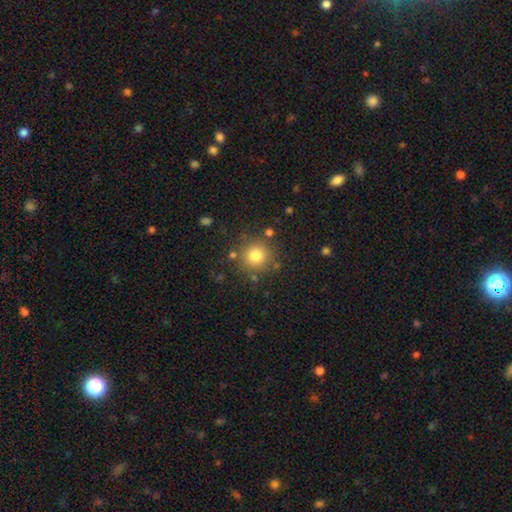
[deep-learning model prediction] The model was most divided on "smooth or featured": smooth: 79%, star or artifact: 13%, featured or disk: 8%. More confident: how rounded — round (94%); merging — none (85%).